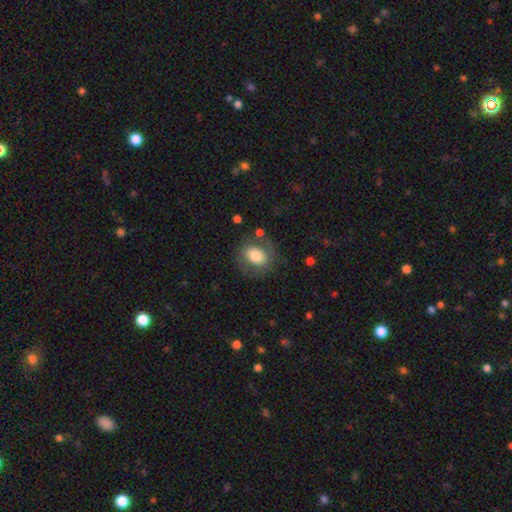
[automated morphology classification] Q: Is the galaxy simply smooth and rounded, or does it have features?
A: smooth — 69%.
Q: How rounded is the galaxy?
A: round — 62%.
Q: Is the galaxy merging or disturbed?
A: none — 72%.